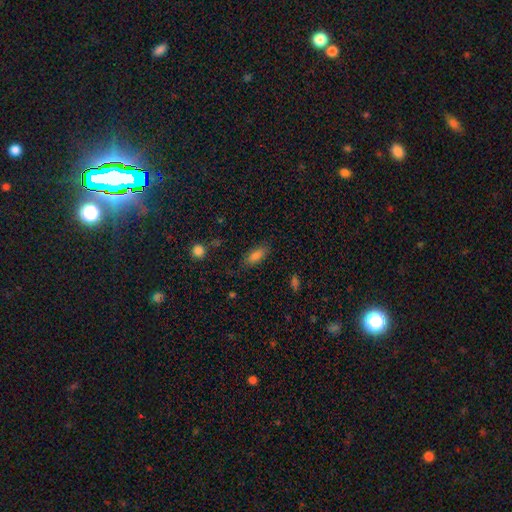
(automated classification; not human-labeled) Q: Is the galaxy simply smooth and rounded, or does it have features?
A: smooth — 82%.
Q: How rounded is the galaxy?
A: in between — 76%.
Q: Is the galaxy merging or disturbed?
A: none — 80%.